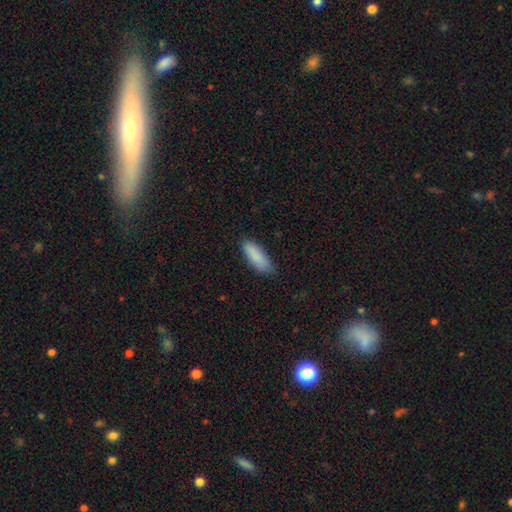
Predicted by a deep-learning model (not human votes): smooth-or-featured: smooth: 88% | featured or disk: 6% | star or artifact: 6%
  how-rounded: in between: 60% | cigar-shaped: 38% | round: 2%
  merging: none: 80% | minor disturbance: 17% | major disturbance: 3% | merger: 1%